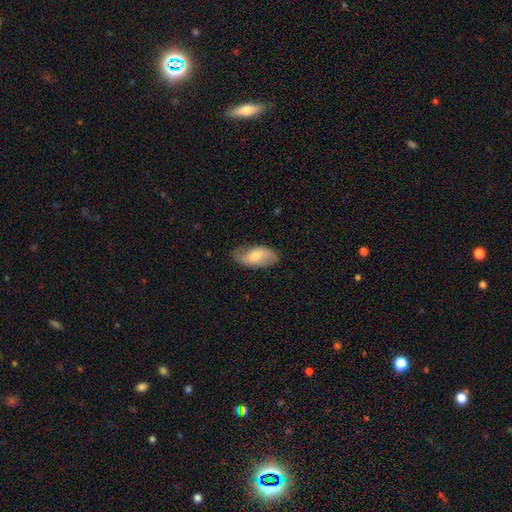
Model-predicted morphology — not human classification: A smooth galaxy with no disk features (54%) that is in between round and cigar-shaped (93%). Merging: none (76%).